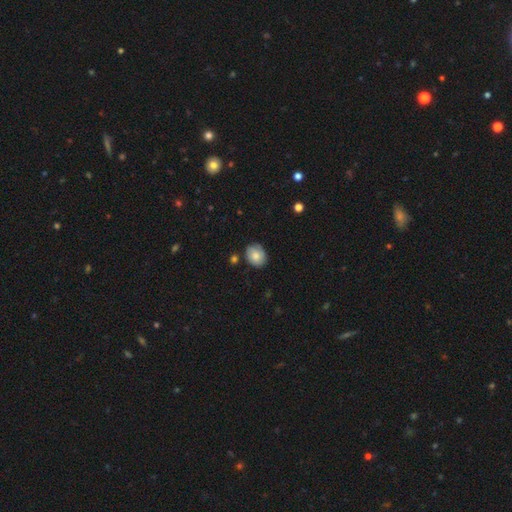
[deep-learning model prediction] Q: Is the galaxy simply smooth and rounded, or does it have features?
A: smooth — 72%.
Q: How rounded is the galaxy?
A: round — 55%.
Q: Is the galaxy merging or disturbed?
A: none — 75%.